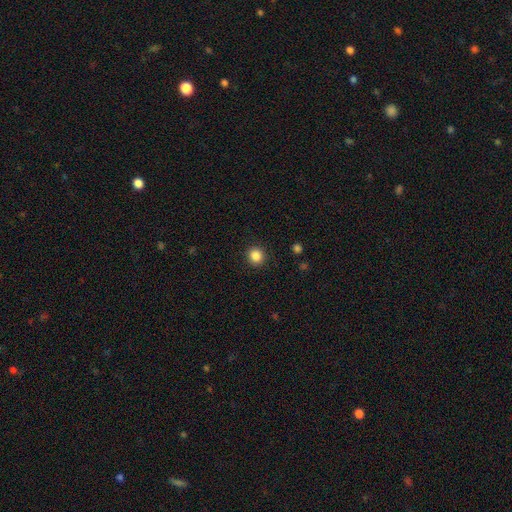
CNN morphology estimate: Smooth or featured: smooth — 86% (star or artifact — 10%)
How rounded: round — 88% (in between — 11%)
Merging: none — 92% (minor disturbance — 5%)